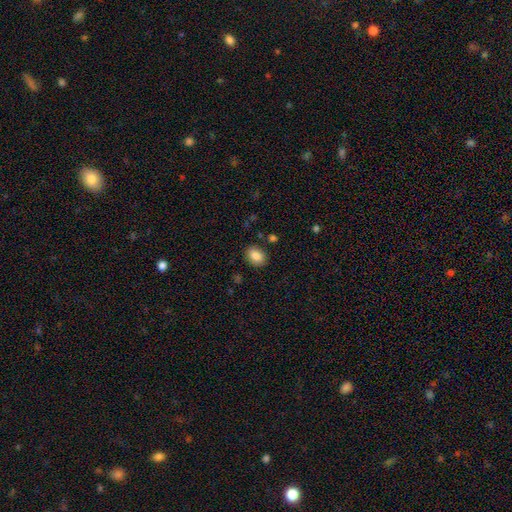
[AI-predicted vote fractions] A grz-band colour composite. It shows a smooth galaxy with no disk features (85%) that is in between round and cigar-shaped (66%). Merging: none (87%).